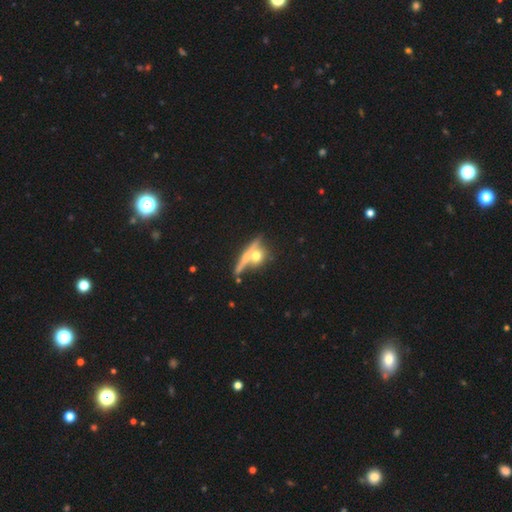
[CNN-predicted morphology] A smooth galaxy with no disk features (55%) that is round (51%). Merging: none (45%).